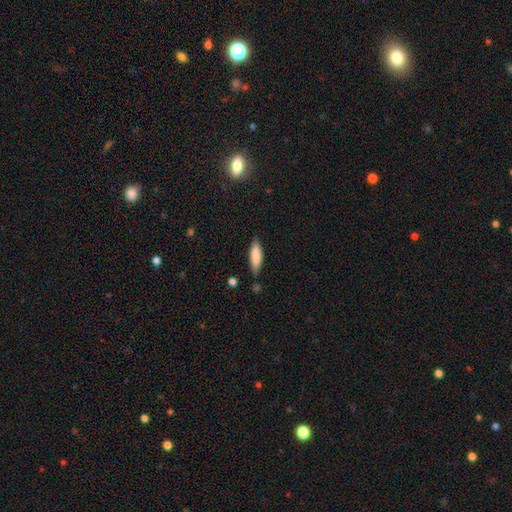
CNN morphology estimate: Q: Smooth or featured?
A: smooth (83%); runner-up: featured or disk (11%)
Q: How rounded?
A: cigar-shaped (55%); runner-up: in between (44%)
Q: Merging?
A: none (78%); runner-up: minor disturbance (16%)